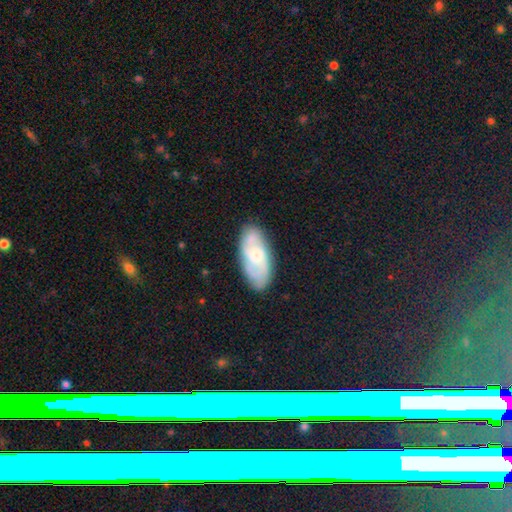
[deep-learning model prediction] Smooth or featured?
  - featured or disk: 61% *
  - smooth: 32%
  - star or artifact: 6%
Edge-on disk?
  - no: 92% *
  - yes: 8%
Bar?
  - no: 66% *
  - weak: 29%
  - strong: 5%
Spiral arms?
  - yes: 86% *
  - no: 14%
Bulge size?
  - small: 49% *
  - moderate: 39%
  - none: 6%
  - large: 5%
  - dominant: 1%
Merging?
  - none: 77% *
  - minor disturbance: 17%
  - major disturbance: 4%
  - merger: 2%